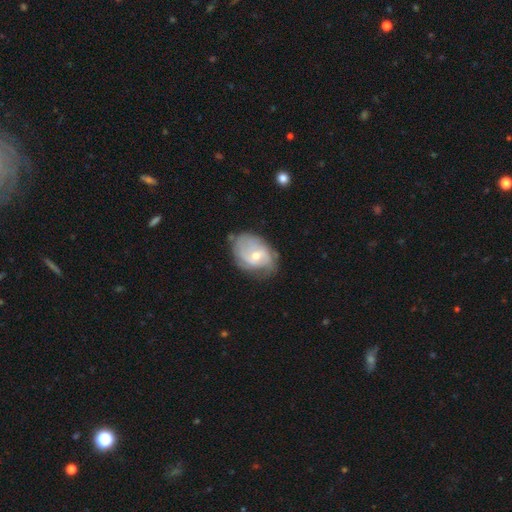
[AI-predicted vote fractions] Q: Smooth or featured?
A: featured or disk (70%); runner-up: smooth (24%)
Q: Edge-on disk?
A: no (96%); runner-up: yes (4%)
Q: Bar?
A: no (52%); runner-up: weak (40%)
Q: Spiral arms?
A: yes (84%); runner-up: no (16%)
Q: Spiral winding?
A: tight (45%); runner-up: medium (36%)
Q: Spiral arm count?
A: can't tell (38%); runner-up: 2 (35%)
Q: Bulge size?
A: moderate (52%); runner-up: small (45%)
Q: Merging?
A: none (58%); runner-up: minor disturbance (28%)